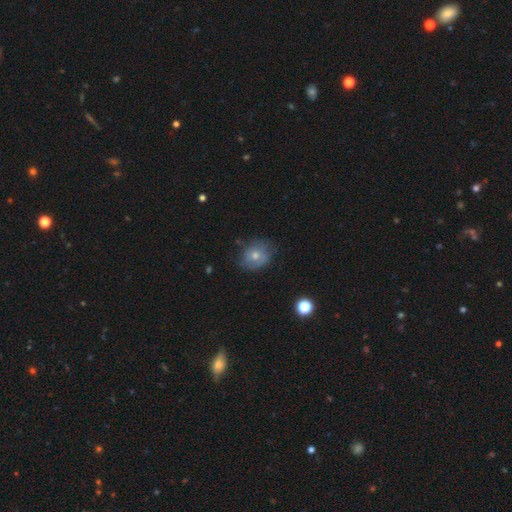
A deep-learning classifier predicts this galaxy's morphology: A smooth galaxy with no disk features (66%) that is round (61%).

Vote fractions:
- Smooth or featured? smooth: 66% / featured or disk: 25% / star or artifact: 10%
- How rounded? round: 61% / in between: 38% / cigar-shaped: 1%
- Merging? none: 66% / minor disturbance: 25% / major disturbance: 7% / merger: 2%